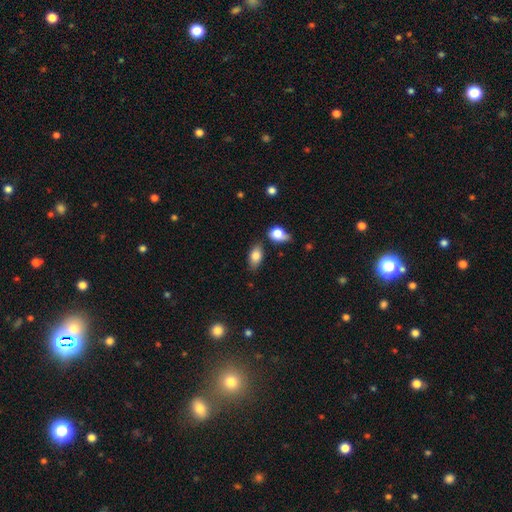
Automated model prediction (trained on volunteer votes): Smooth or featured? smooth (81%)
How rounded? in between (89%)
Merging? none (71%)